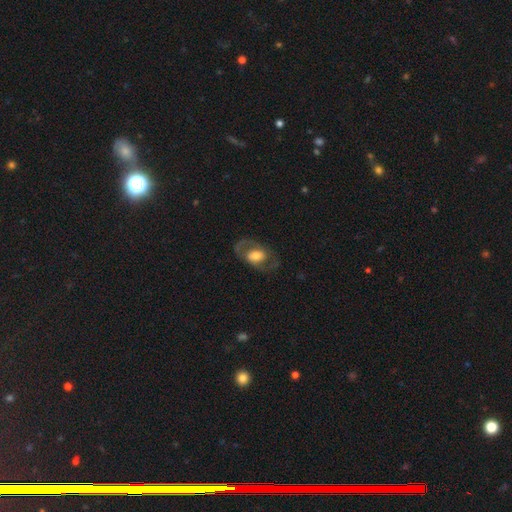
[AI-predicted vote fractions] smooth-or-featured: featured or disk: 59% | smooth: 35% | star or artifact: 6%
  disk-edge-on: no: 93% | yes: 7%
    bar: no: 60% | weak: 29% | strong: 12%
    has-spiral-arms: yes: 53% | no: 47%
    bulge-size: moderate: 50% | large: 32% | small: 12% | dominant: 3% | none: 2%
  merging: none: 70% | minor disturbance: 15% | major disturbance: 13% | merger: 1%